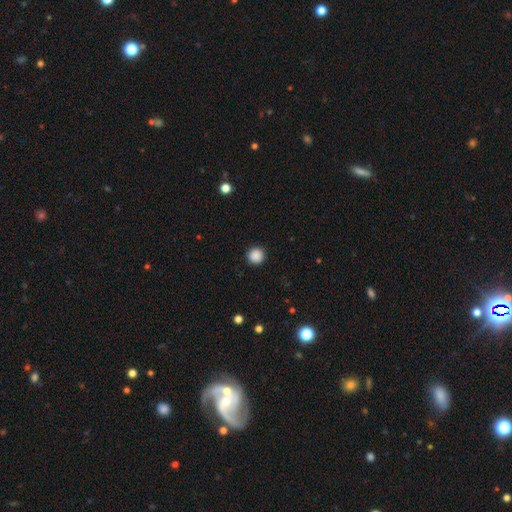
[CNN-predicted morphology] Smooth or featured? Predicted: smooth (p=0.88). How rounded? Predicted: round (p=0.95). Merging? Predicted: none (p=0.93).